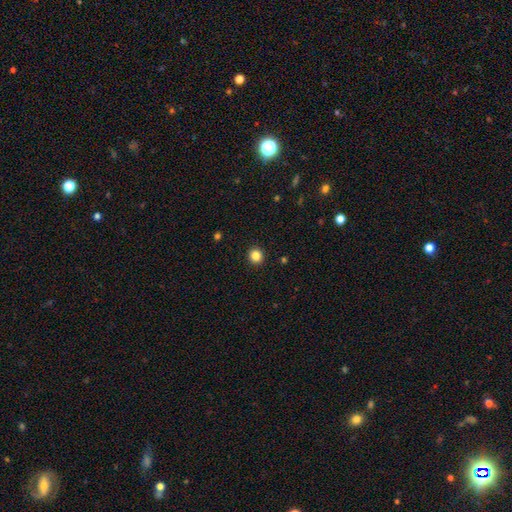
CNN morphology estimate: Smooth or featured?
  - smooth: 85% *
  - star or artifact: 11%
  - featured or disk: 4%
How rounded?
  - round: 91% *
  - in between: 8%
  - cigar-shaped: 1%
Merging?
  - none: 93% *
  - minor disturbance: 4%
  - major disturbance: 2%
  - merger: 1%